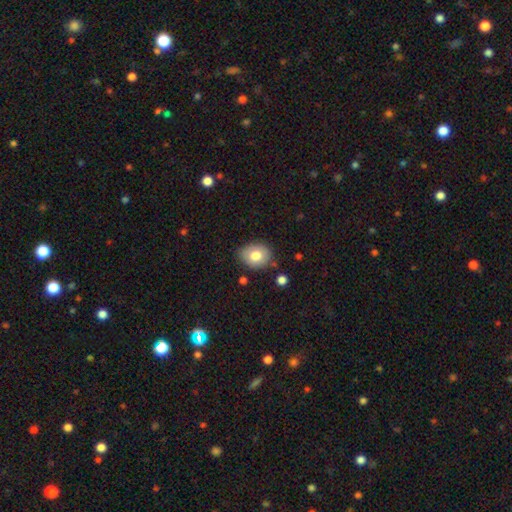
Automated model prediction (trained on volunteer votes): Q: Smooth or featured?
A: smooth (76%); runner-up: featured or disk (15%)
Q: How rounded?
A: round (52%); runner-up: in between (47%)
Q: Merging?
A: none (78%); runner-up: minor disturbance (16%)